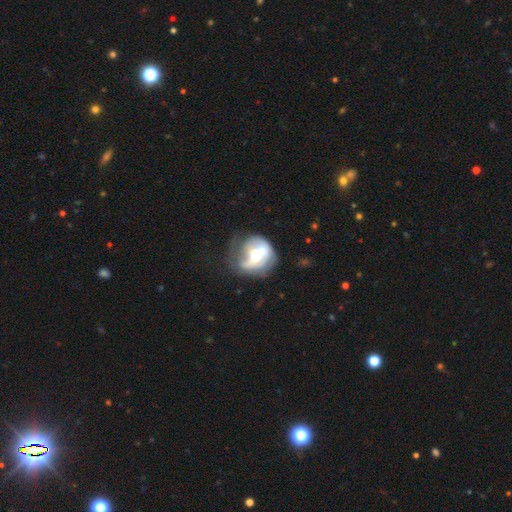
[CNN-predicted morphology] The model was most divided on "merging": none: 33%, major disturbance: 23%, merger: 23%, minor disturbance: 20%. More confident: edge-on disk — no (96%); bulge size — moderate (65%); smooth or featured — featured or disk (63%); spiral arms — no (55%); bar — no (51%).